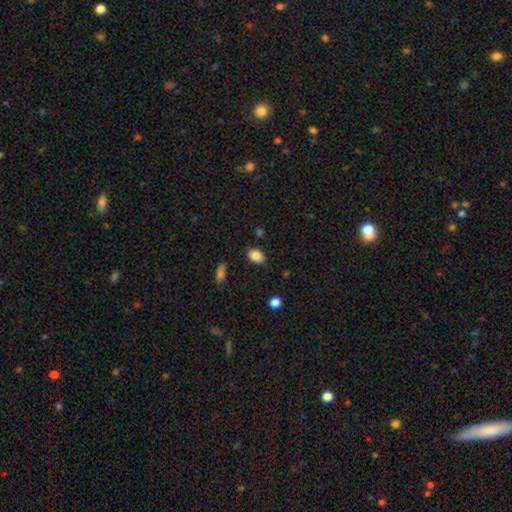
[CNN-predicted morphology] smooth_or_featured: smooth (p=0.86) [alt: star or artifact p=0.09]
how_rounded: in between (p=0.79) [alt: round p=0.20]
merging: none (p=0.83) [alt: minor disturbance p=0.12]